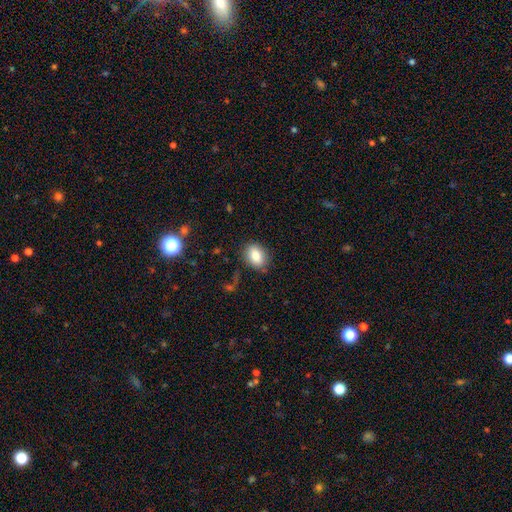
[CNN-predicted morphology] smooth-or-featured: smooth: 83% | star or artifact: 8% | featured or disk: 8%
  how-rounded: in between: 74% | round: 24% | cigar-shaped: 1%
  merging: none: 83% | minor disturbance: 12% | major disturbance: 3% | merger: 2%